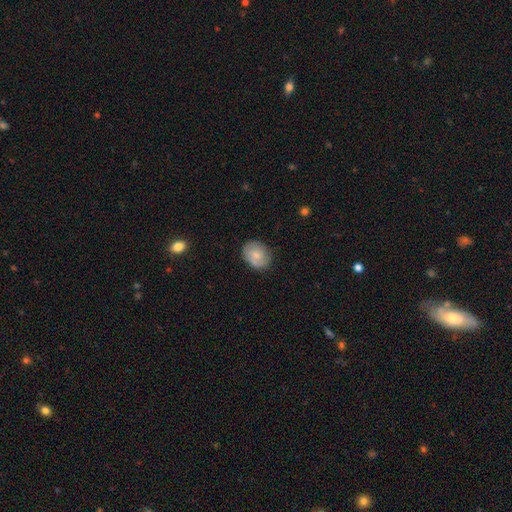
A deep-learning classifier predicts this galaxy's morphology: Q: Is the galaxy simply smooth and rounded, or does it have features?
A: smooth — 66%.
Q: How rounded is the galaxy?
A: round — 50%.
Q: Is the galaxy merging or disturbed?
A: none — 78%.